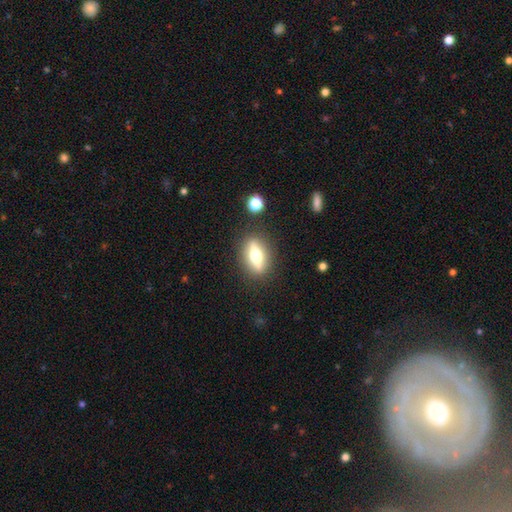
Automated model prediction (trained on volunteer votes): Smooth or featured? featured or disk (46%, tied with smooth)
Merging? none (85%)